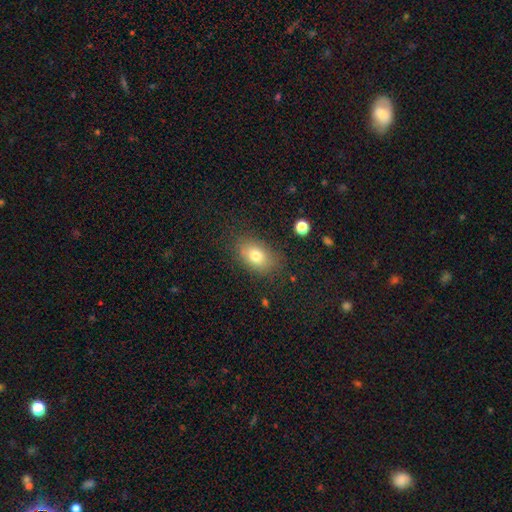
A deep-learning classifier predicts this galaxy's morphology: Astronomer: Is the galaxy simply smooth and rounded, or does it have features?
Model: smooth — 78%.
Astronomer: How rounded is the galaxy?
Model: in between — 84%.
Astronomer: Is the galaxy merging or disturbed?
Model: none — 80%.